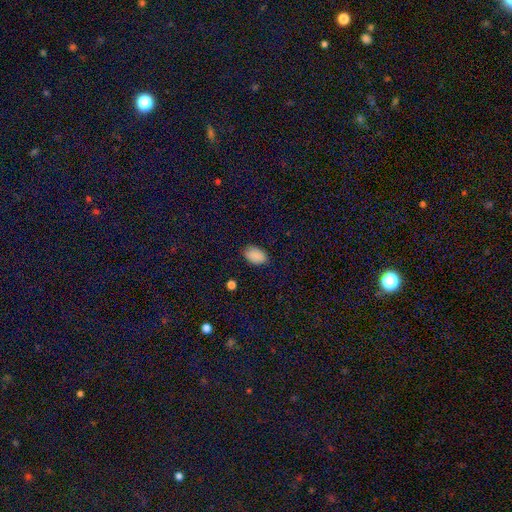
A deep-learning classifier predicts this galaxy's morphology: type=smooth (88%); roundness=in between (90%); merging=none (84%).